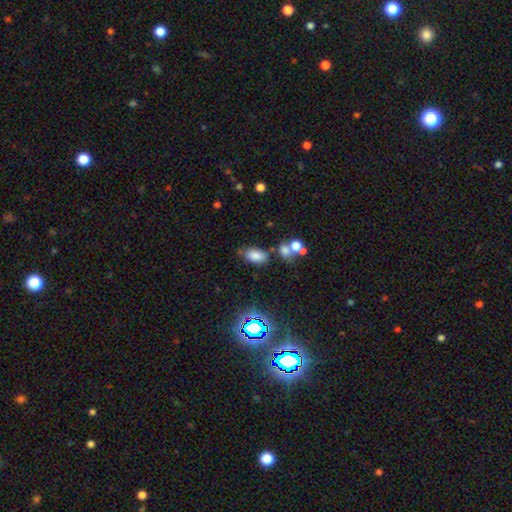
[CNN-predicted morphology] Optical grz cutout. It shows a smooth galaxy with no disk features (77%) that is in between round and cigar-shaped (91%). Merging: none (65%).